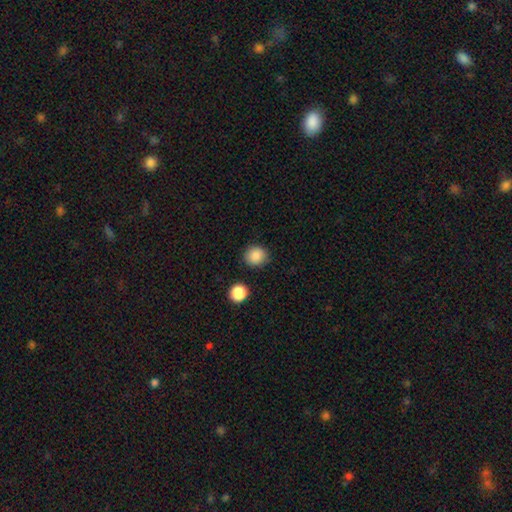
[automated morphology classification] type=smooth (88%); roundness=round (87%); merging=none (87%).